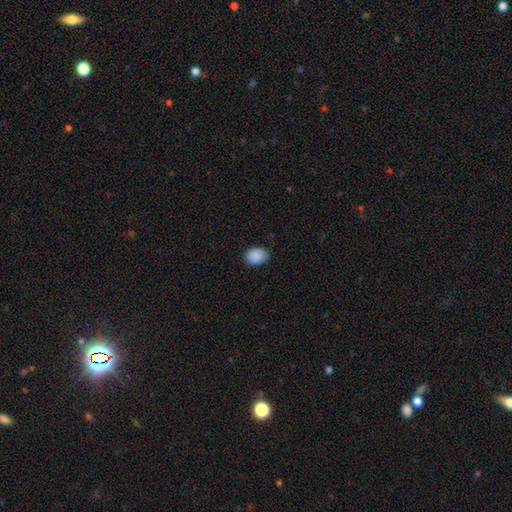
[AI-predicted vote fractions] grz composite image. It shows a smooth galaxy with no disk features (90%) that is in between round and cigar-shaped (72%). Merging: none (82%).